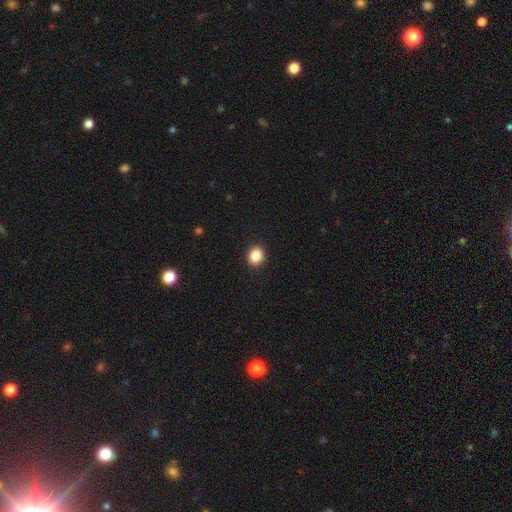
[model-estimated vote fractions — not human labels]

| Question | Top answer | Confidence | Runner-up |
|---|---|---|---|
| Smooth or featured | smooth | 87% | star or artifact (9%) |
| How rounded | round | 64% | in between (35%) |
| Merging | none | 92% | minor disturbance (6%) |